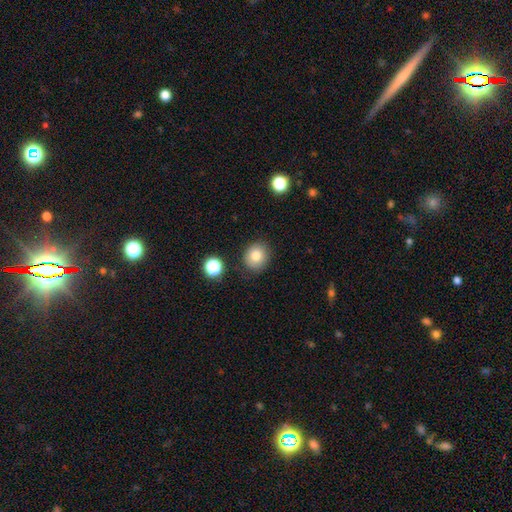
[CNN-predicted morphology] This appears to be a smooth galaxy with no disk features (79%) that is round (76%). Merging: none (85%).